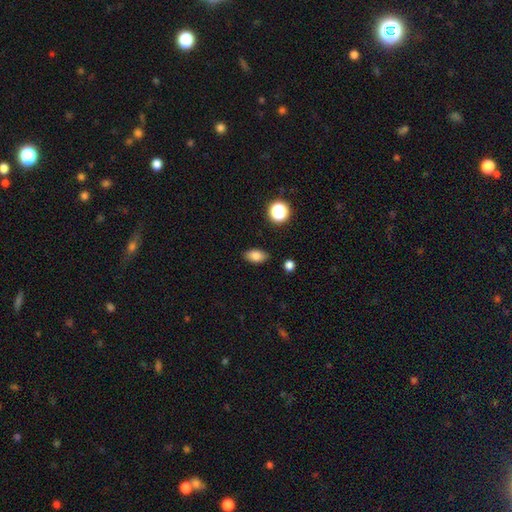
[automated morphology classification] The model was most divided on "smooth or featured": smooth: 82%, star or artifact: 10%, featured or disk: 8%. More confident: how rounded — in between (88%); merging — none (86%).